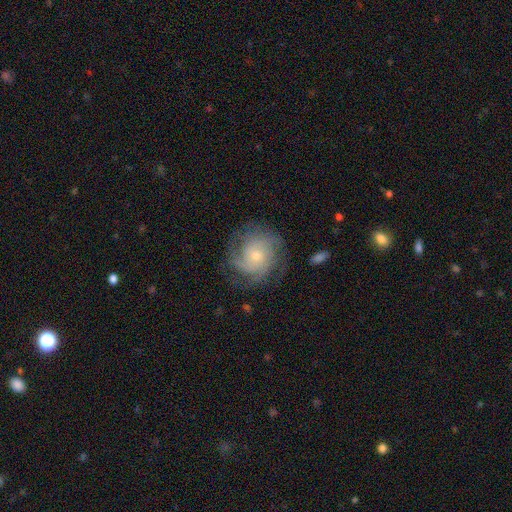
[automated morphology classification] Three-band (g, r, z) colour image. It shows a featured or disk galaxy (78%) with no bar (78%), 3 (30%) tight (55%) spiral arms (94%) and a small central bulge (61%). Merging: none (72%).